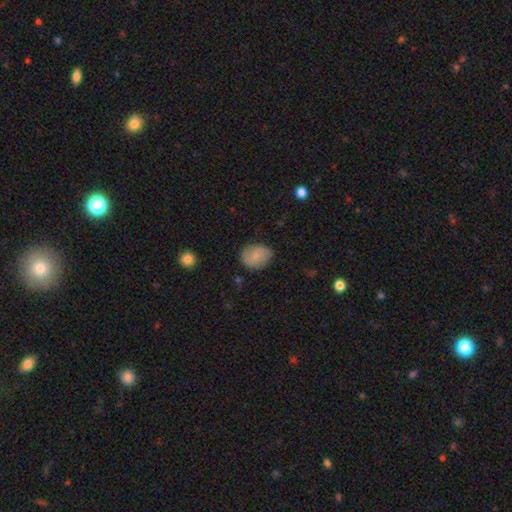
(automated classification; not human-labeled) Smooth or featured: smooth — 76% (featured or disk — 17%)
How rounded: in between — 53% (round — 46%)
Merging: none — 72% (minor disturbance — 22%)